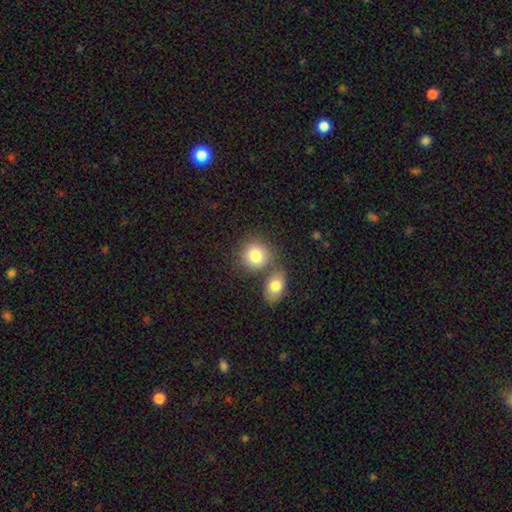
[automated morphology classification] Smooth or featured: smooth — 81% (featured or disk — 10%)
How rounded: round — 81% (in between — 18%)
Merging: none — 54% (merger — 34%)